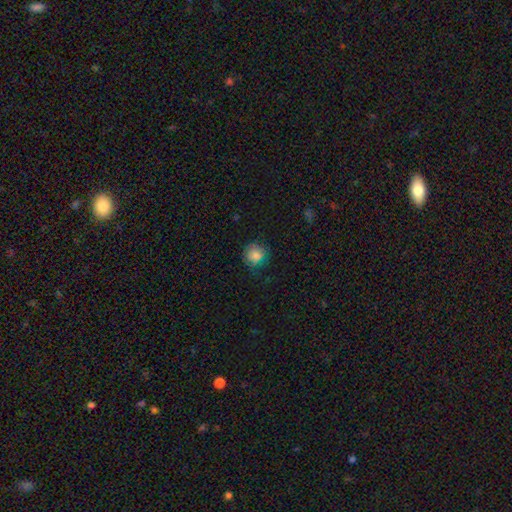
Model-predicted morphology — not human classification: Smooth or featured? Predicted: smooth (p=0.79). How rounded? Predicted: round (p=0.88). Merging? Predicted: none (p=0.75).